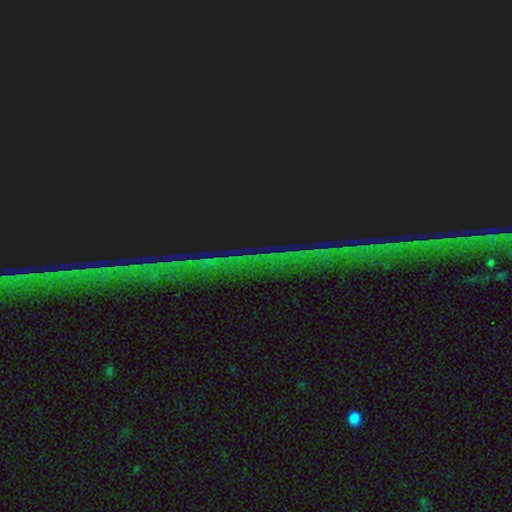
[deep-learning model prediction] A star or artifact, not a galaxy (86%).